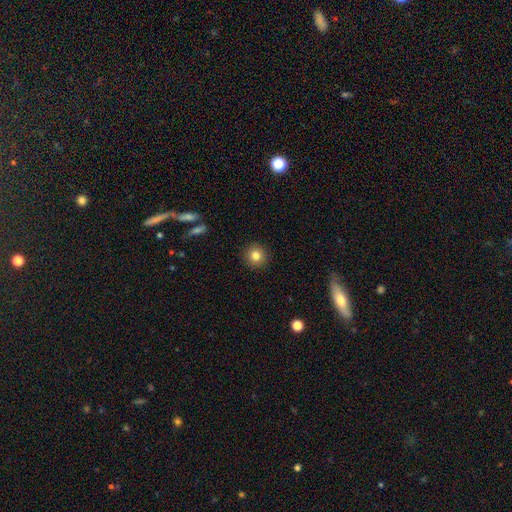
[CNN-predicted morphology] Q: Smooth or featured?
A: smooth (82%); runner-up: star or artifact (10%)
Q: How rounded?
A: round (94%); runner-up: in between (5%)
Q: Merging?
A: none (92%); runner-up: minor disturbance (5%)